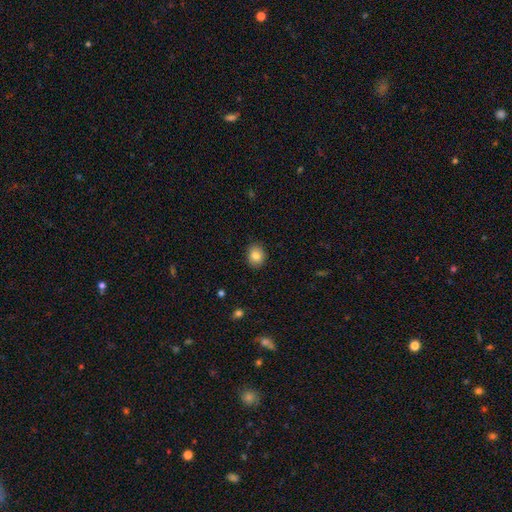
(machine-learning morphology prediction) smooth-or-featured: smooth: 83% | star or artifact: 9% | featured or disk: 7%
  how-rounded: round: 60% | in between: 39% | cigar-shaped: 1%
  merging: none: 88% | minor disturbance: 9% | major disturbance: 2% | merger: 1%